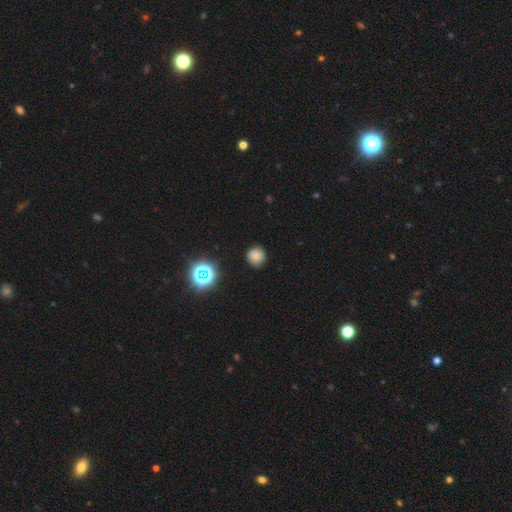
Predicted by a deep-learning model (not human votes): This appears to be a smooth galaxy with no disk features (77%) that is round (92%). Merging: none (87%).